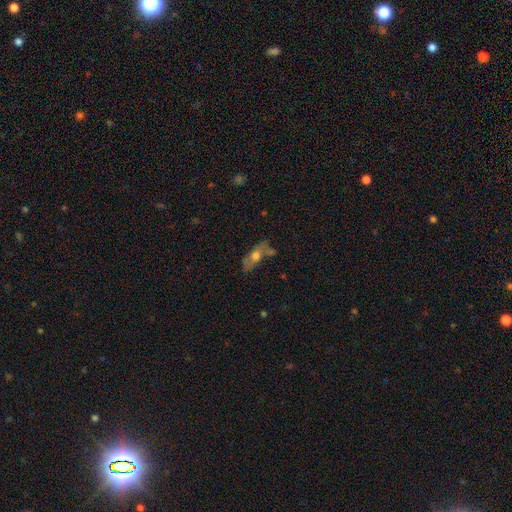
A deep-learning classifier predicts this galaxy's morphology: smooth-or-featured: featured or disk: 46% | smooth: 45% | star or artifact: 9%
  merging: none: 54% | minor disturbance: 23% | merger: 14% | major disturbance: 9%